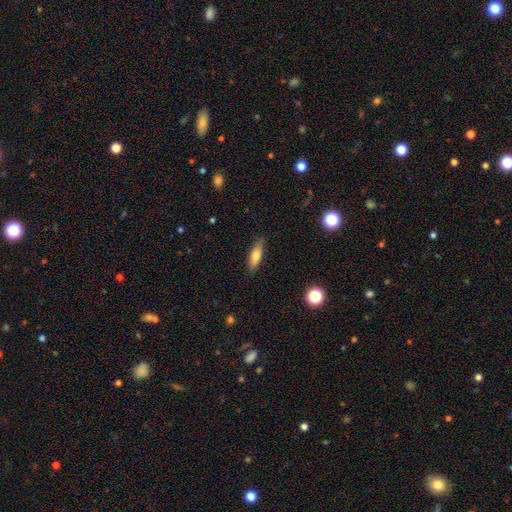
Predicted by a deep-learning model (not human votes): Smooth or featured?
  - smooth: 75% *
  - featured or disk: 18%
  - star or artifact: 7%
How rounded?
  - in between: 52% *
  - cigar-shaped: 45%
  - round: 2%
Merging?
  - none: 86% *
  - minor disturbance: 11%
  - major disturbance: 2%
  - merger: 1%